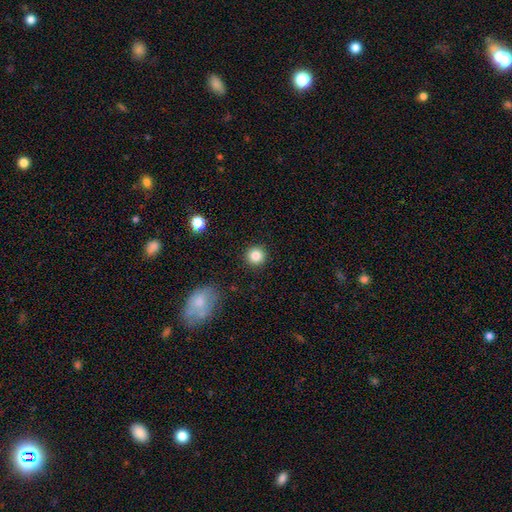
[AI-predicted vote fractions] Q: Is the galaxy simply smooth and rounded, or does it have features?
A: smooth — 84%.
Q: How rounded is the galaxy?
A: round — 94%.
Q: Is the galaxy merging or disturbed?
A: none — 91%.